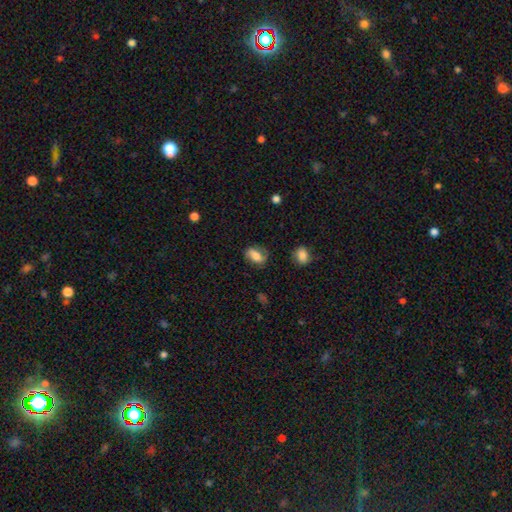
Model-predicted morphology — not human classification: A smooth galaxy with no disk features (61%) that is in between round and cigar-shaped (82%).

Vote fractions:
- Smooth or featured? smooth: 61% / featured or disk: 30% / star or artifact: 9%
- How rounded? in between: 82% / round: 13% / cigar-shaped: 5%
- Merging? none: 68% / minor disturbance: 21% / major disturbance: 9% / merger: 2%